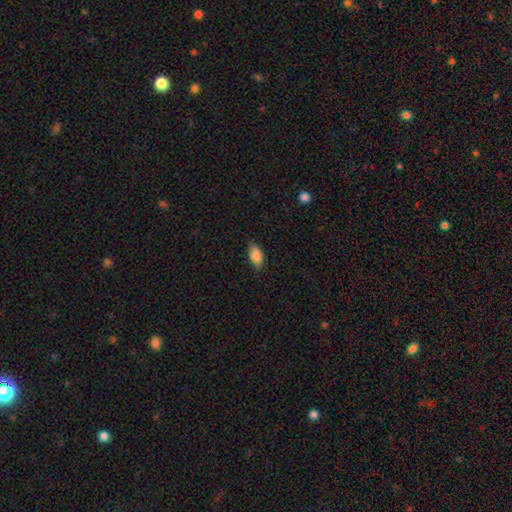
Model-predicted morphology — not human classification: smooth-or-featured: smooth: 86% | featured or disk: 7% | star or artifact: 7%
  how-rounded: in between: 90% | cigar-shaped: 6% | round: 4%
  merging: none: 82% | minor disturbance: 14% | major disturbance: 3% | merger: 1%